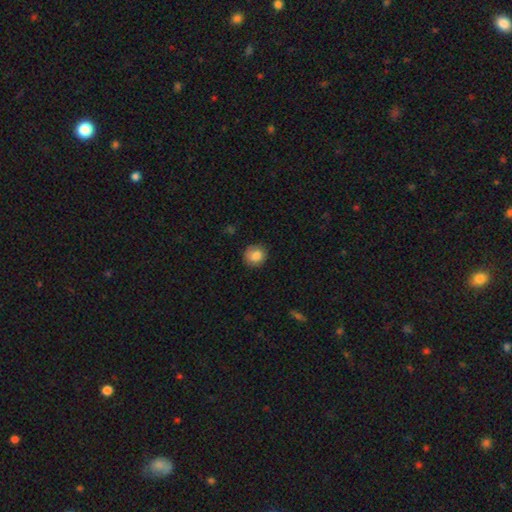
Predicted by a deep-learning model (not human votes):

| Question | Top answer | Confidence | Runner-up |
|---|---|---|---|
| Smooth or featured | smooth | 84% | star or artifact (9%) |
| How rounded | round | 88% | in between (11%) |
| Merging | none | 87% | minor disturbance (10%) |